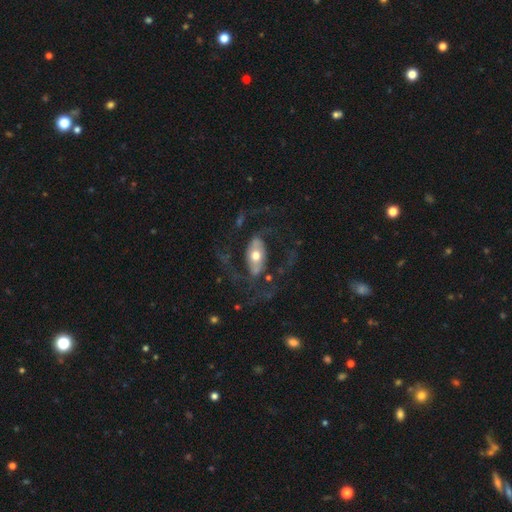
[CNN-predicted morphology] Smooth or featured? Predicted: featured or disk (p=0.73). Edge-on disk? Predicted: no (p=0.92). Bar? Predicted: no (p=0.48). Spiral arms? Predicted: yes (p=0.79). Spiral winding? Predicted: loose (p=0.49). Spiral arm count? Predicted: 2 (p=0.82). Bulge size? Predicted: moderate (p=0.65). Merging? Predicted: none (p=0.56).